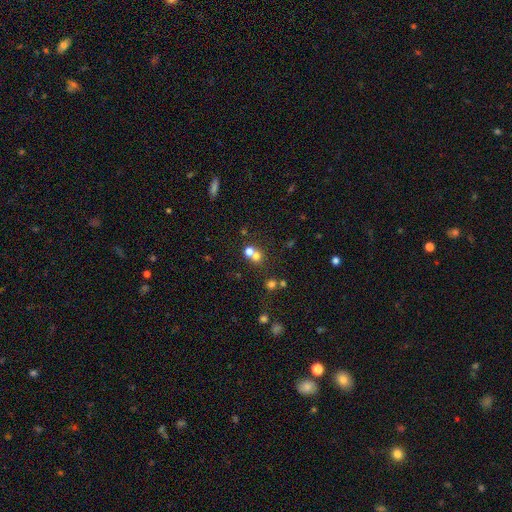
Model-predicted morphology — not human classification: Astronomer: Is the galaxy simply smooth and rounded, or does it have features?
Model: smooth — 65%.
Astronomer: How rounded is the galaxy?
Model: round — 83%.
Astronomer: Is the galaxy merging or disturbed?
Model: merger — 47% (runner-up: none, 44%).